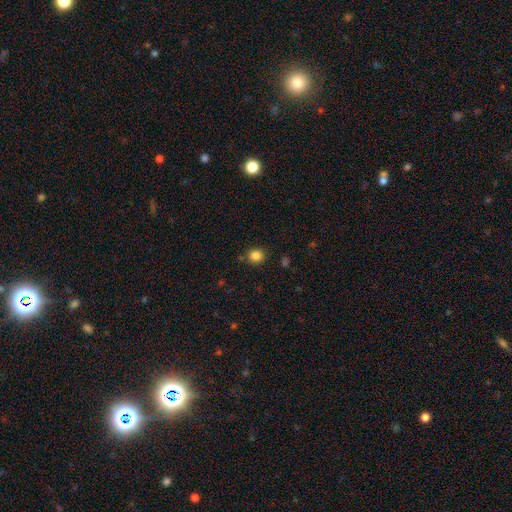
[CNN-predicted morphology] Smooth or featured?
  - smooth: 84% *
  - star or artifact: 12%
  - featured or disk: 4%
How rounded?
  - round: 84% *
  - in between: 15%
  - cigar-shaped: 1%
Merging?
  - none: 84% *
  - minor disturbance: 9%
  - merger: 4%
  - major disturbance: 3%